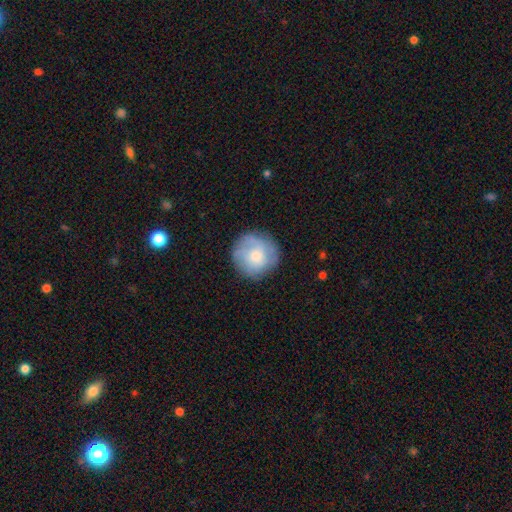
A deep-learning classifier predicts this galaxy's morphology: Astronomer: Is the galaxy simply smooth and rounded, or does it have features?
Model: smooth — 58% (runner-up: featured or disk, 34%).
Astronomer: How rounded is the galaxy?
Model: round — 93%.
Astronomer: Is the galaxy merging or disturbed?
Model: none — 79%.